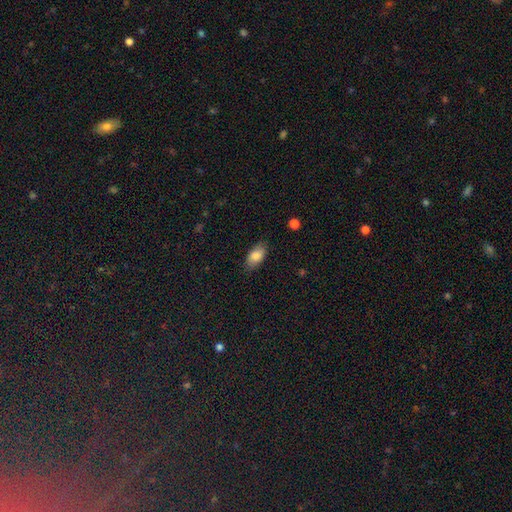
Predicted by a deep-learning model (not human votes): smooth 83%, featured or disk 9%, star or artifact 7%. Down the decision tree: how rounded — in between (92%); merging — none (82%).